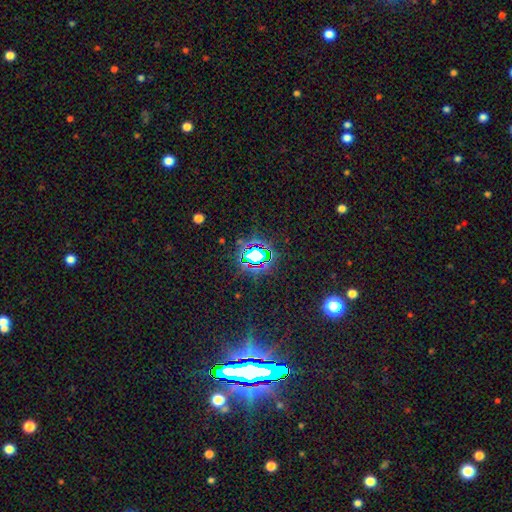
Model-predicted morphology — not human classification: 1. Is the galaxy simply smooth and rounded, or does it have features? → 75% star or artifact, 15% smooth, 10% featured or disk.